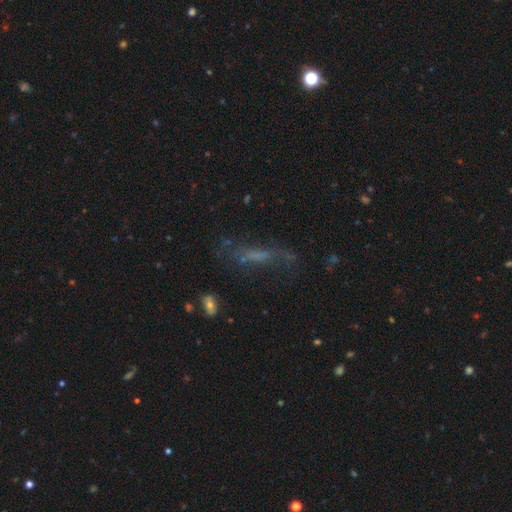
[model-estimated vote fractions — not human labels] The model was most divided on "smooth or featured": featured or disk: 42%, smooth: 37%, star or artifact: 21%. More confident: merging — none (52%).